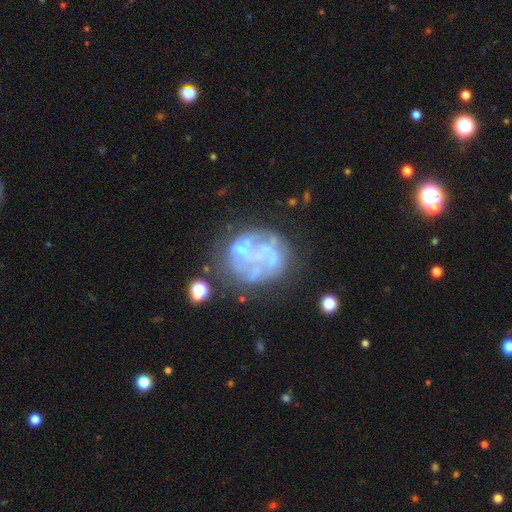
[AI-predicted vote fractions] The model was most divided on "merging": none: 46%, major disturbance: 23%, minor disturbance: 18%, merger: 13%. More confident: edge-on disk — no (98%); bar — no (88%); spiral arms — no (73%); smooth or featured — featured or disk (71%); bulge size — none (56%).